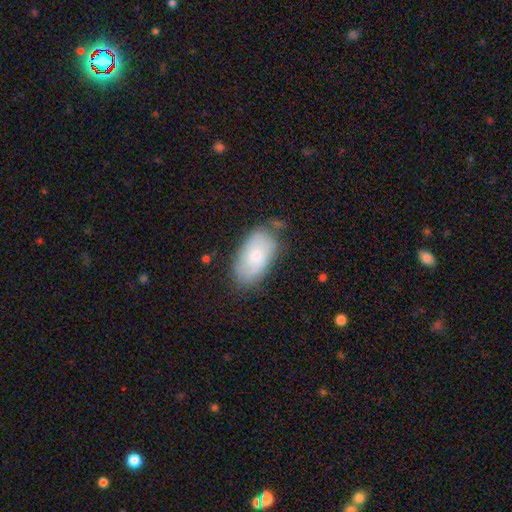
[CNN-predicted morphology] smooth_or_featured: smooth (p=0.64) [alt: featured or disk p=0.29]
how_rounded: in between (p=0.93) [alt: round p=0.04]
merging: none (p=0.72) [alt: minor disturbance p=0.21]